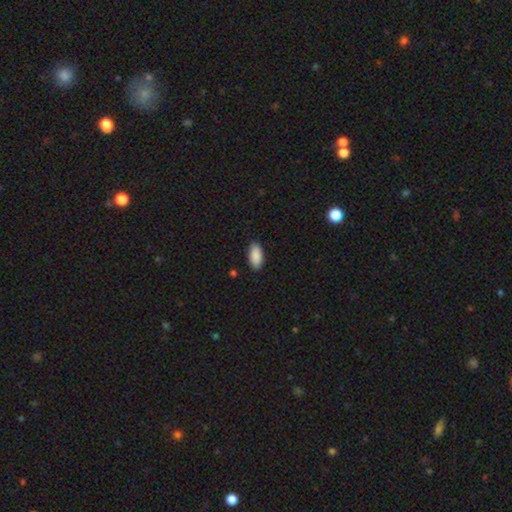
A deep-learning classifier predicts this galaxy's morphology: Smooth or featured? smooth (90%)
How rounded? in between (93%)
Merging? none (88%)